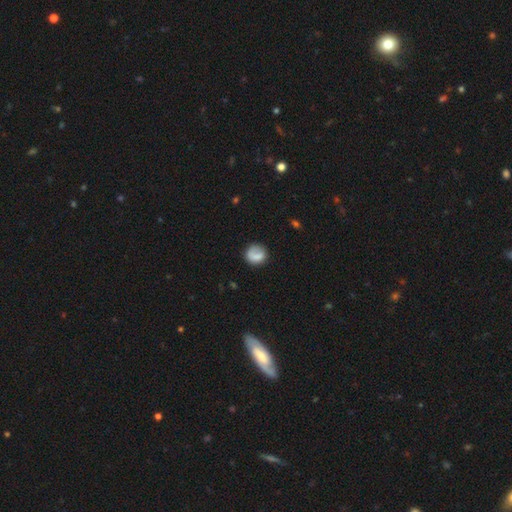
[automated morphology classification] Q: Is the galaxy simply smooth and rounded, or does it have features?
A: smooth — 76%.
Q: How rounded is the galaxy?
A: round — 80%.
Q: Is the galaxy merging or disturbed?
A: none — 66%.